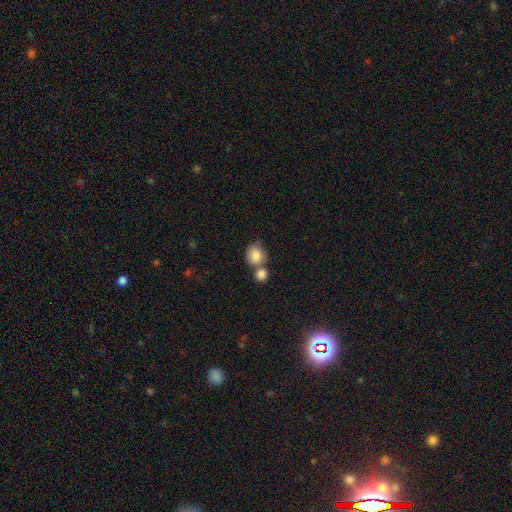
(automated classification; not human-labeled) The model was most divided on "merging": merger: 43%, none: 42%, minor disturbance: 11%, major disturbance: 4%. More confident: smooth or featured — smooth (83%); how rounded — round (74%).